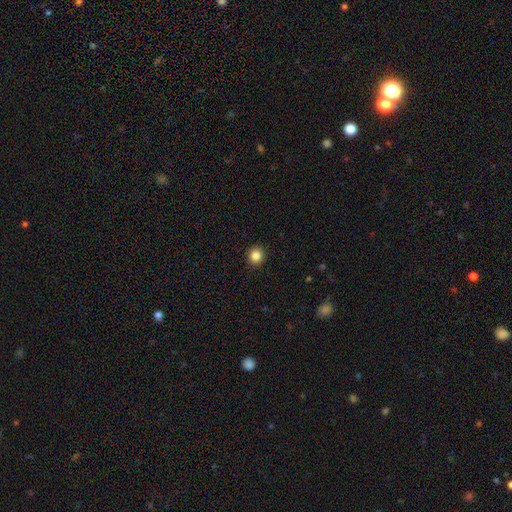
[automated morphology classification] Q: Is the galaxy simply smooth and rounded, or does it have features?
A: smooth — 86%.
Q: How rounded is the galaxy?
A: round — 86%.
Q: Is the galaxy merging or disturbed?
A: none — 92%.